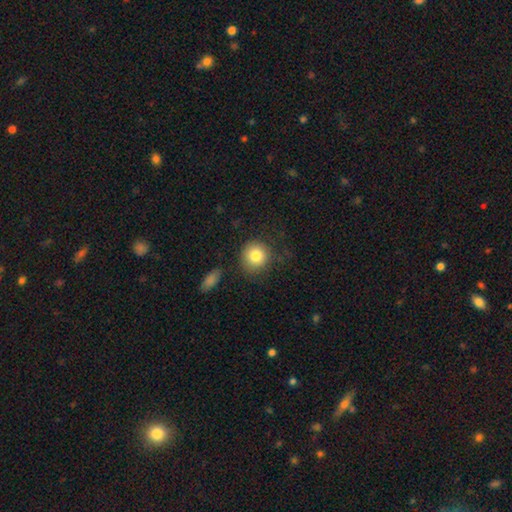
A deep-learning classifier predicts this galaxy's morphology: This is clearly a smooth galaxy (82%). How rounded: clearly round (90%). Merging: likely none (78%).